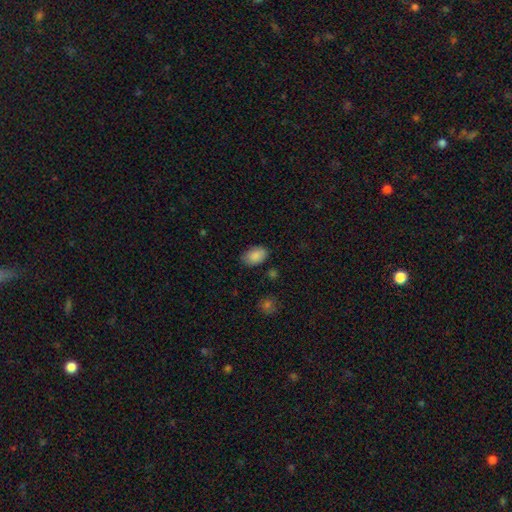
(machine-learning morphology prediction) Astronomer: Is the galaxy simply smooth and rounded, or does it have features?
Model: smooth — 87%.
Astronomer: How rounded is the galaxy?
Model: in between — 88%.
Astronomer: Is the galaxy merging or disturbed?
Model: none — 80%.